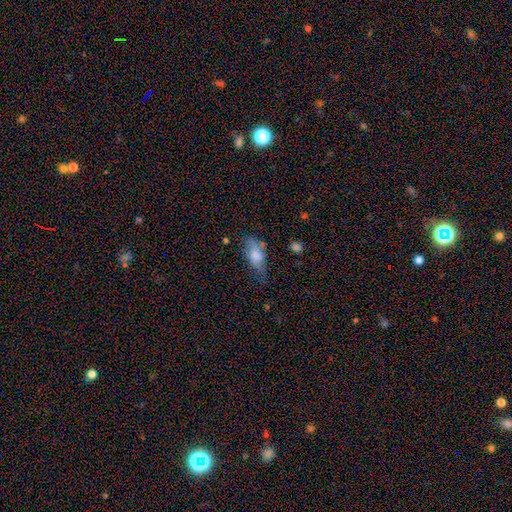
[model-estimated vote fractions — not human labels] Smooth or featured? Predicted: smooth (p=0.69). How rounded? Predicted: in between (p=0.86). Merging? Predicted: none (p=0.48).